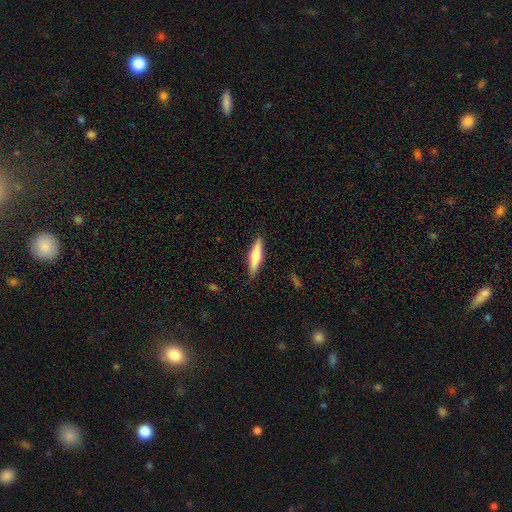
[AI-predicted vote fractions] Smooth or featured? Predicted: smooth (p=0.63). How rounded? Predicted: cigar-shaped (p=0.73). Merging? Predicted: none (p=0.87).